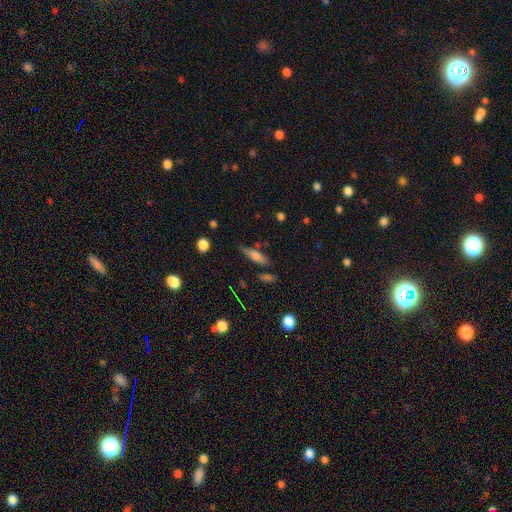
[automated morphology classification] smooth_or_featured: smooth (p=0.61) [alt: featured or disk p=0.29]
how_rounded: cigar-shaped (p=0.56) [alt: in between p=0.41]
merging: none (p=0.64) [alt: minor disturbance p=0.23]